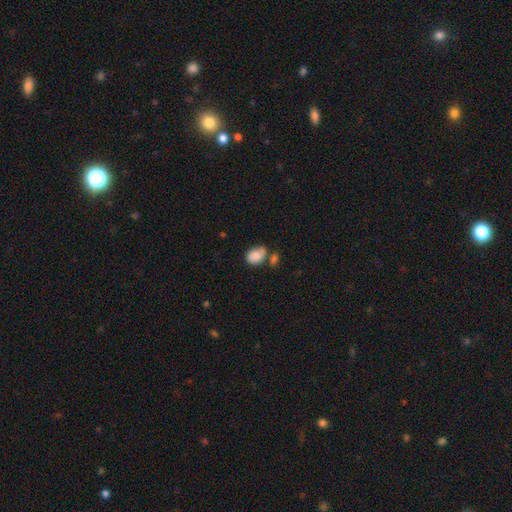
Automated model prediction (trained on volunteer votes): Smooth or featured: smooth — 79% (featured or disk — 13%)
How rounded: in between — 70% (round — 29%)
Merging: none — 43% (minor disturbance — 25%)